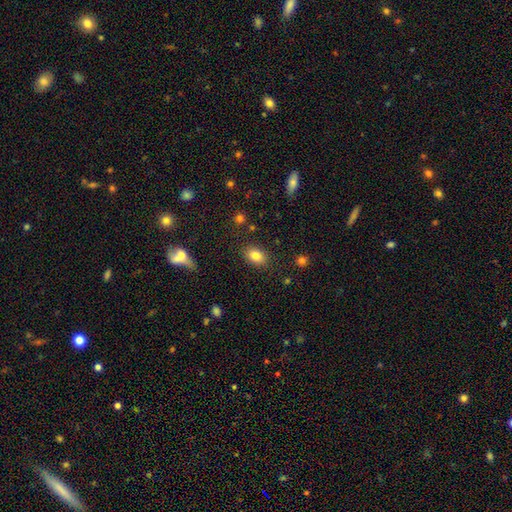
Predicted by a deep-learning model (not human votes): A smooth galaxy with no disk features (83%) that is in between round and cigar-shaped (82%). Merging: none (85%).